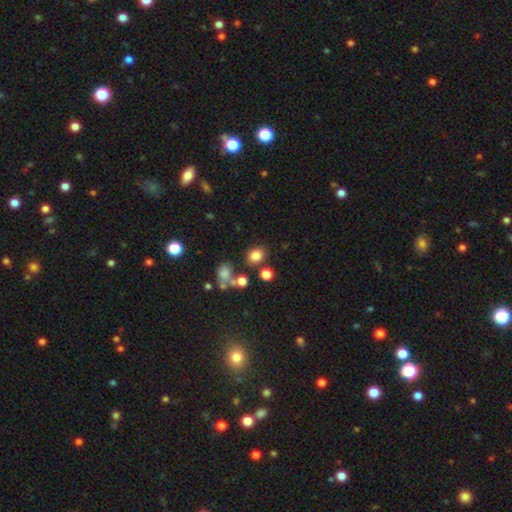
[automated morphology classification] type=smooth (80%); roundness=round (60%); merging=none (74%).